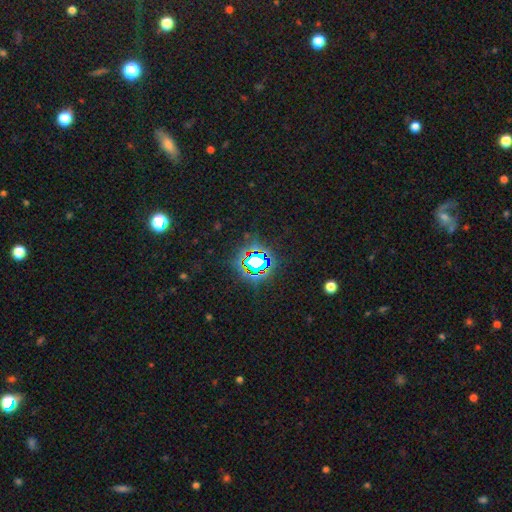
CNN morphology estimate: Overall: star or artifact (76%).